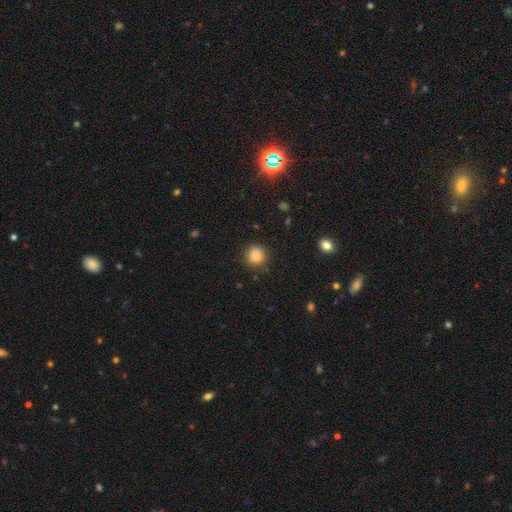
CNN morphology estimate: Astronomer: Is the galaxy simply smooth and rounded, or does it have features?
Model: smooth — 86%.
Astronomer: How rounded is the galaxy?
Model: round — 90%.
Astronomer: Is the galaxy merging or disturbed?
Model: none — 86%.